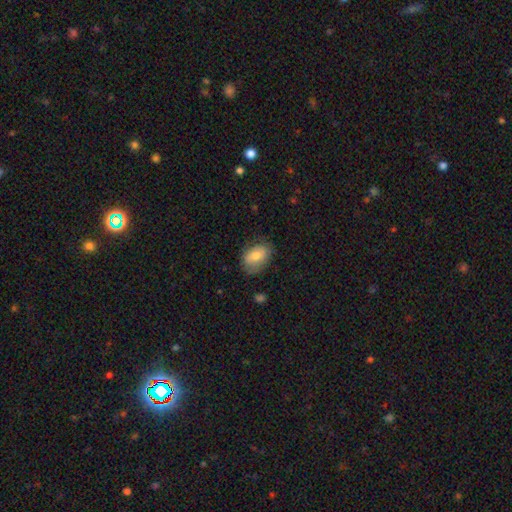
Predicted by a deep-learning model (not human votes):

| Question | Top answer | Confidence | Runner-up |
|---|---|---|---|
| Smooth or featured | smooth | 73% | featured or disk (19%) |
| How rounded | in between | 81% | round (18%) |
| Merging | none | 72% | minor disturbance (21%) |